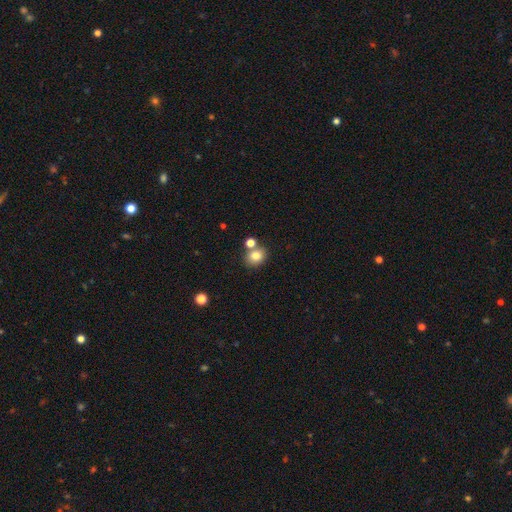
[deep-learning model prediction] Smooth or featured? smooth (79%)
How rounded? round (67%)
Merging? none (64%)